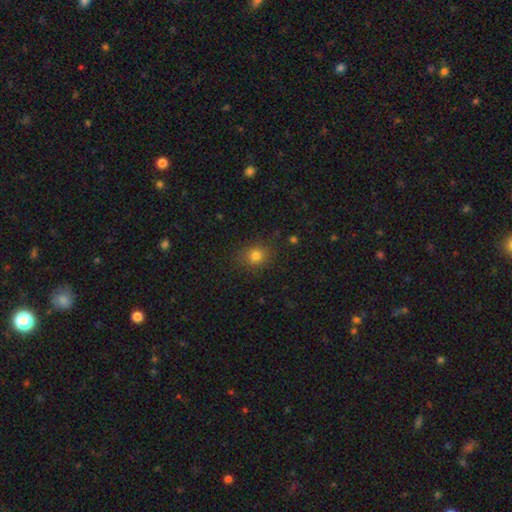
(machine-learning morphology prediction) smooth-or-featured: smooth: 80% | star or artifact: 14% | featured or disk: 6%
  how-rounded: round: 71% | in between: 28% | cigar-shaped: 1%
  merging: none: 84% | minor disturbance: 11% | major disturbance: 4% | merger: 1%